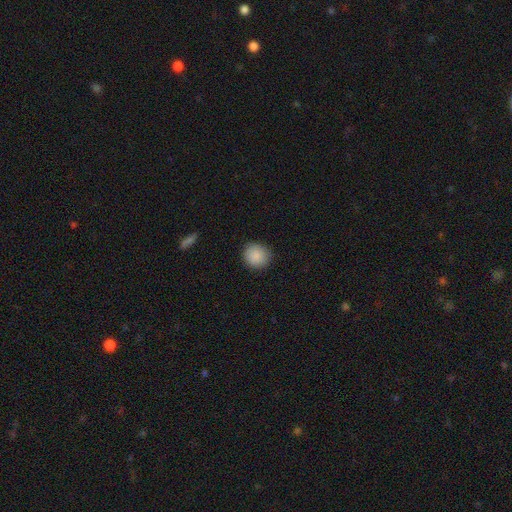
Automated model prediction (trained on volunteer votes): Overall: smooth (89%). How rounded: round (87%). Merging: none (89%).